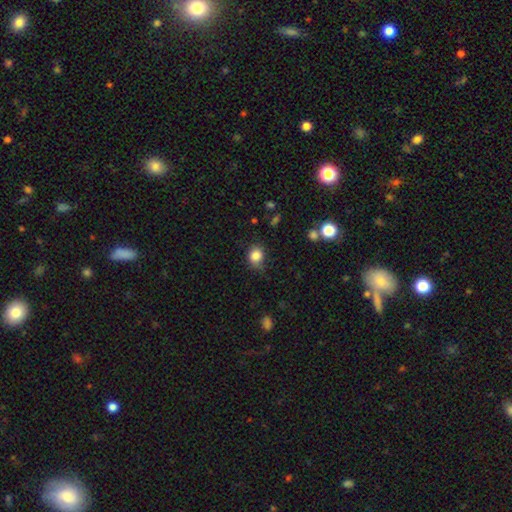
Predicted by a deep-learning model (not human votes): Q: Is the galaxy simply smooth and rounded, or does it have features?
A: smooth — 84%.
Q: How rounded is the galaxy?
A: round — 69%.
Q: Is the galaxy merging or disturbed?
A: none — 65%.